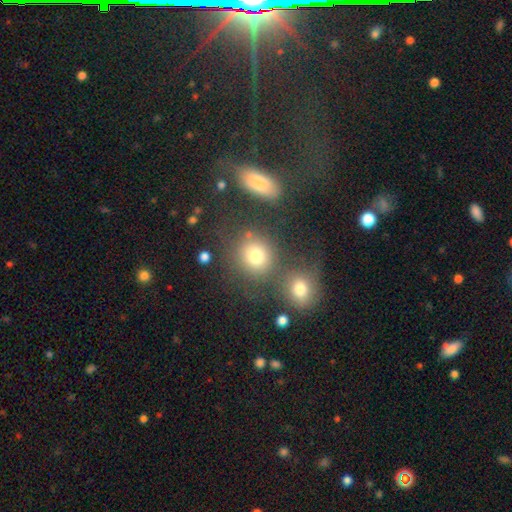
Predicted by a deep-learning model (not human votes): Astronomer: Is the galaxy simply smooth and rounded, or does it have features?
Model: smooth — 77%.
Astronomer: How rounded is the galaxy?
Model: round — 81%.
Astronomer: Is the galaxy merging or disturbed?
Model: none — 64%.